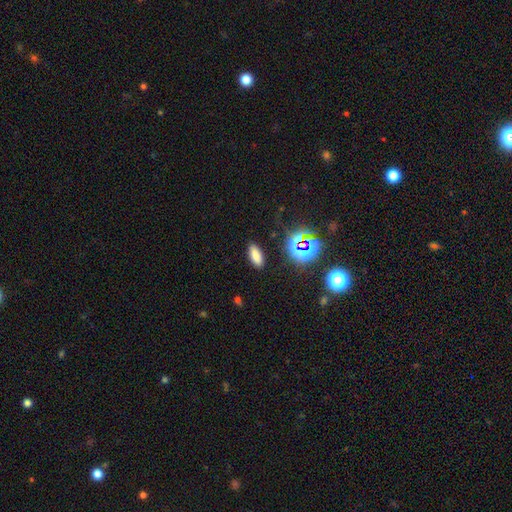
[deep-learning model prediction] A smooth galaxy with no disk features (73%) that is in between round and cigar-shaped (77%).

Vote fractions:
- Smooth or featured? smooth: 73% / star or artifact: 20% / featured or disk: 7%
- How rounded? in between: 77% / cigar-shaped: 18% / round: 4%
- Merging? none: 88% / minor disturbance: 8% / major disturbance: 3% / merger: 1%